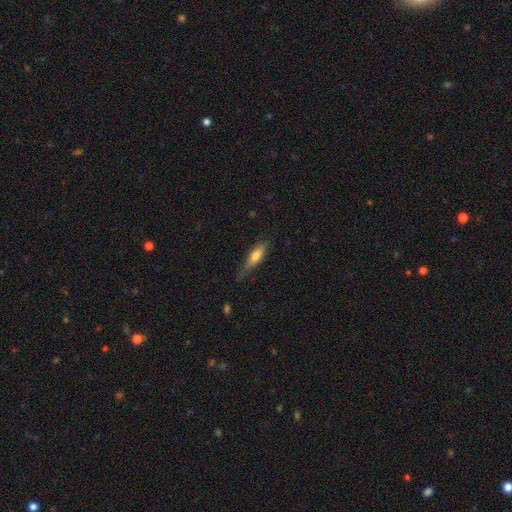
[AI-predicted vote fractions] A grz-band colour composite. It shows a smooth galaxy with no disk features (69%) that is cigar-shaped (51%). Merging: none (52%).